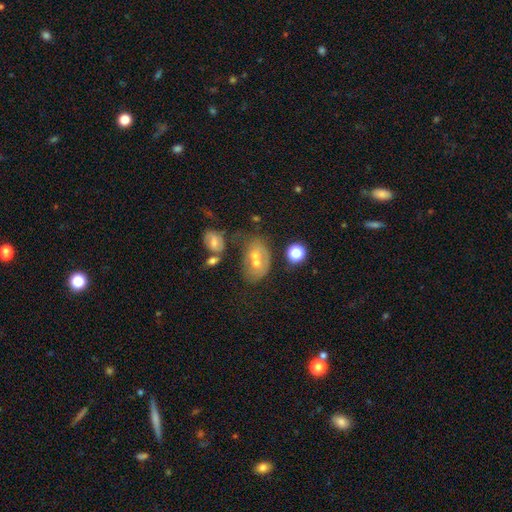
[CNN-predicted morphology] The model was most divided on "smooth or featured": featured or disk: 43%, smooth: 41%, star or artifact: 16%. Remaining: merging — merger (42%).